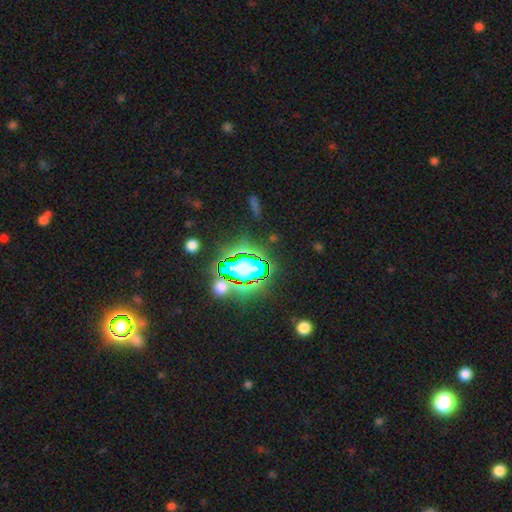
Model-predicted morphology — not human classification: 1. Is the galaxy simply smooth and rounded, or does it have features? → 69% star or artifact, 18% smooth, 13% featured or disk.